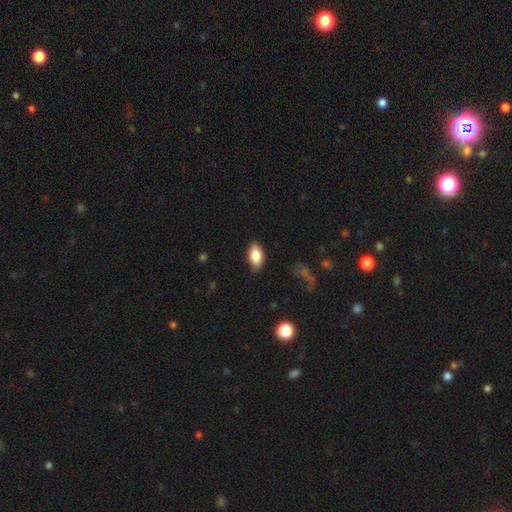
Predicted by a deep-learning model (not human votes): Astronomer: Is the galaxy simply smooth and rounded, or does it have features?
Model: smooth — 82%.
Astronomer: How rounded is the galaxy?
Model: in between — 91%.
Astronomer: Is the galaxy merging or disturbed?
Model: none — 81%.